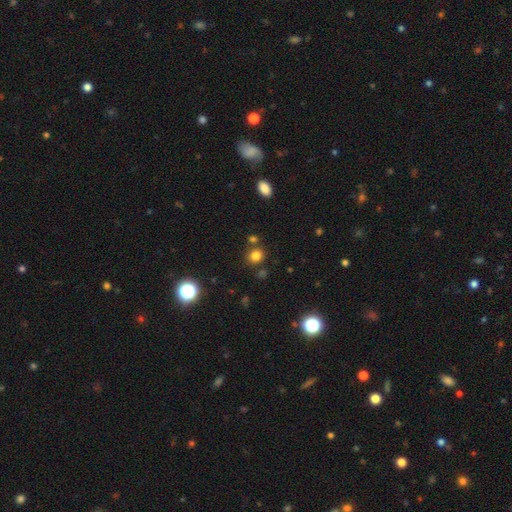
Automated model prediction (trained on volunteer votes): Smooth or featured: smooth — 78% (star or artifact — 16%)
How rounded: round — 82% (in between — 17%)
Merging: none — 78% (merger — 11%)